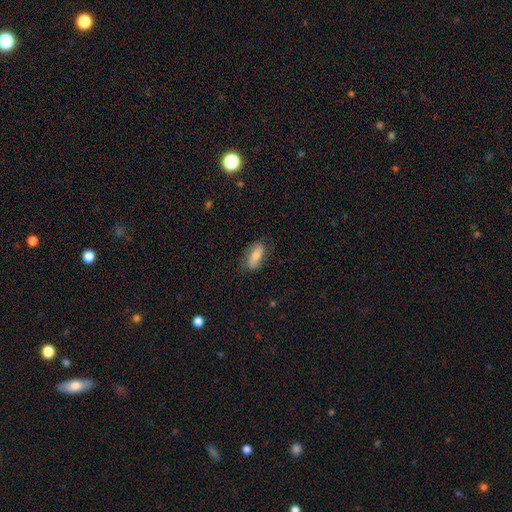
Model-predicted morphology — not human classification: smooth_or_featured: smooth (p=0.57) [alt: featured or disk p=0.36]
how_rounded: in between (p=0.79) [alt: cigar-shaped p=0.17]
merging: none (p=0.72) [alt: minor disturbance p=0.20]